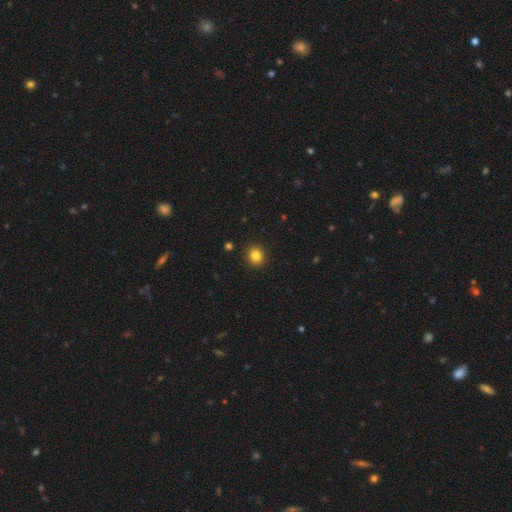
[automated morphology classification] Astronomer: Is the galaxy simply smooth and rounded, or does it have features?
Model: smooth — 83%.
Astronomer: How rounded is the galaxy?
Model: round — 81%.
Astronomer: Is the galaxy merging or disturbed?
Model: none — 92%.